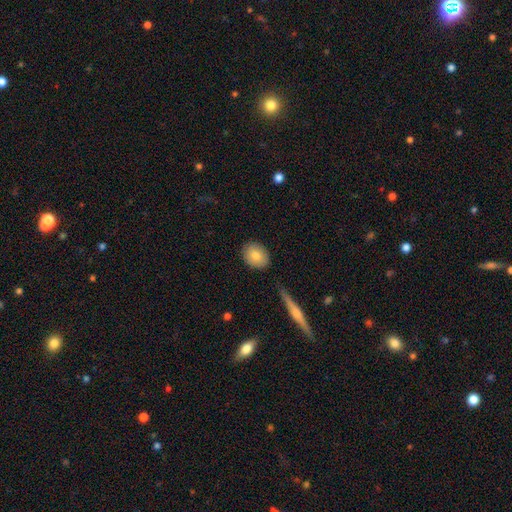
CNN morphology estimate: Overall: smooth (82%). How rounded: round (52%; in between 46%). Merging: none (86%).